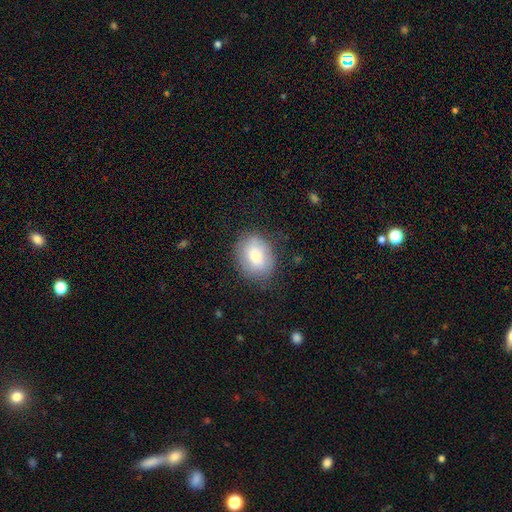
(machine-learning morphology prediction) smooth-or-featured: smooth: 75% | featured or disk: 17% | star or artifact: 8%
  how-rounded: in between: 56% | round: 43% | cigar-shaped: 1%
  merging: none: 75% | minor disturbance: 17% | major disturbance: 6% | merger: 1%